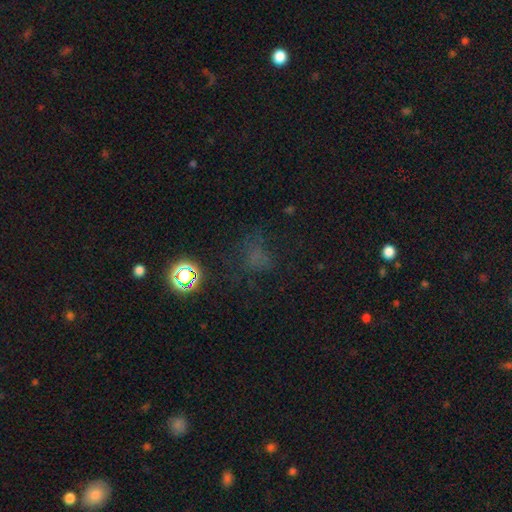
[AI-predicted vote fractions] This is marginally a star or artifact rather than a galaxy (45%).